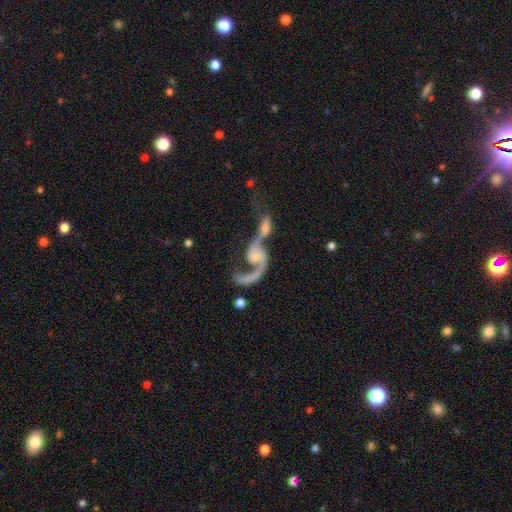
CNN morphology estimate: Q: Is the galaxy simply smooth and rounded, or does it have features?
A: featured or disk — 78%.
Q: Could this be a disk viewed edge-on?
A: no — 95%.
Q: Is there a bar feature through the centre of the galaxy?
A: no — 64%.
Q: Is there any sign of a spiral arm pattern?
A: yes — 86%.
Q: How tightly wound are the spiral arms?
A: loose — 71%.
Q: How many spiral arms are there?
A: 1 — 51%.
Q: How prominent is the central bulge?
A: small — 33%.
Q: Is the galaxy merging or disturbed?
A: merger — 63%.